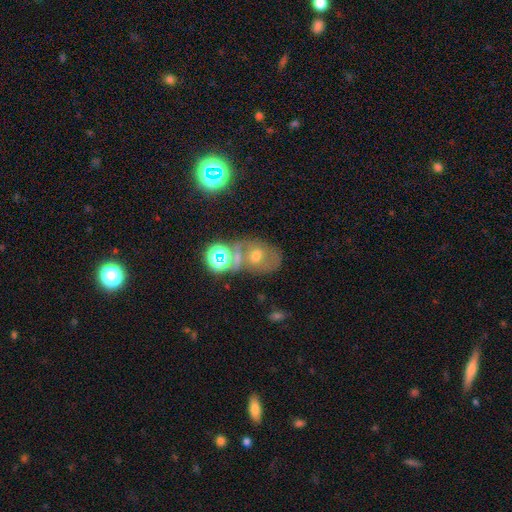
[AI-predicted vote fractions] Morphology: type=smooth (36%); merging=none (51%).